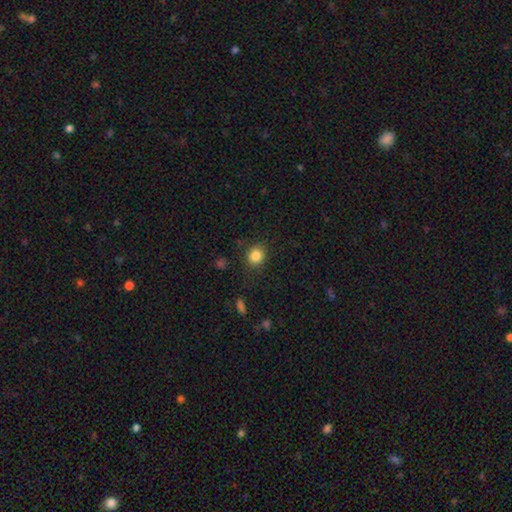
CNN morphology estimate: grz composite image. It shows a smooth galaxy with no disk features (85%) that is round (83%). Merging: none (86%).